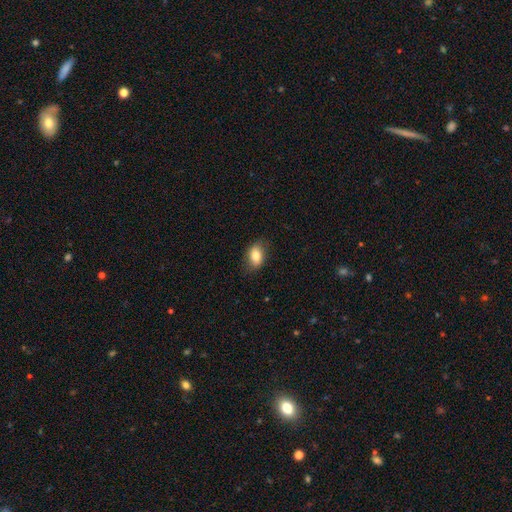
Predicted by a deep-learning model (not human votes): Q: Smooth or featured?
A: smooth (80%); runner-up: featured or disk (13%)
Q: How rounded?
A: in between (83%); runner-up: round (16%)
Q: Merging?
A: none (79%); runner-up: minor disturbance (17%)